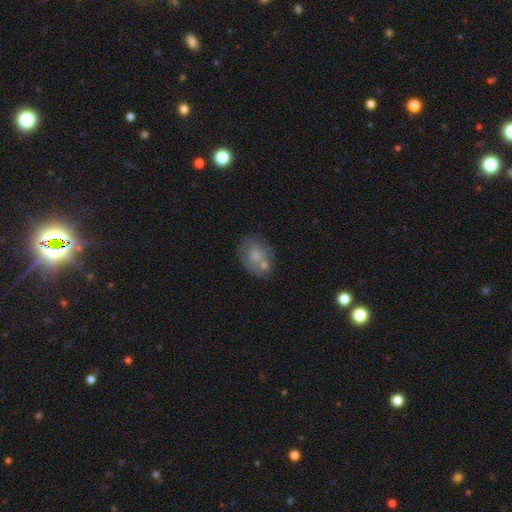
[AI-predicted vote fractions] smooth-or-featured: smooth: 62% | featured or disk: 30% | star or artifact: 8%
  how-rounded: in between: 58% | round: 41% | cigar-shaped: 1%
  merging: none: 48% | merger: 23% | minor disturbance: 20% | major disturbance: 8%